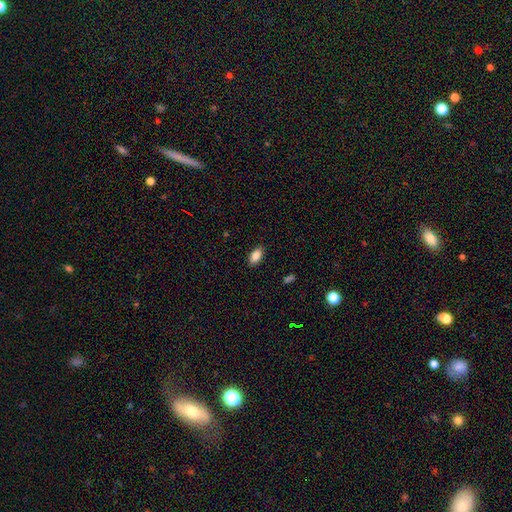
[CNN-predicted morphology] This is clearly a smooth galaxy (87%). How rounded: clearly in between (91%). Merging: clearly none (87%).